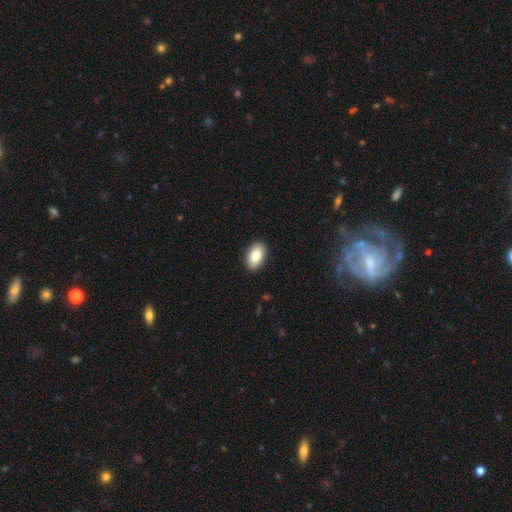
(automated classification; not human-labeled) smooth_or_featured: smooth (p=0.85) [alt: featured or disk p=0.08]
how_rounded: in between (p=0.92) [alt: round p=0.06]
merging: none (p=0.91) [alt: minor disturbance p=0.07]